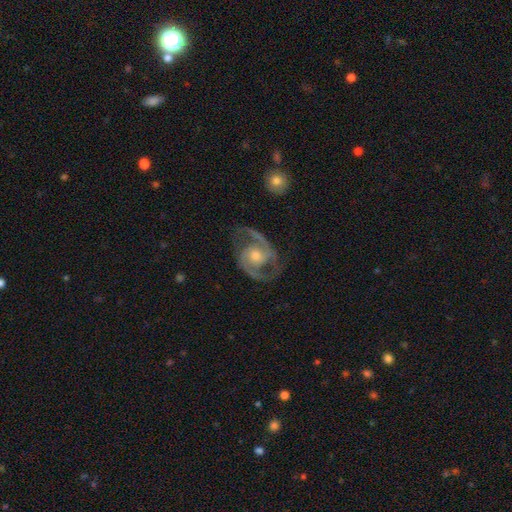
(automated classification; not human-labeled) This appears to be a featured or disk galaxy (92%) with no bar (61%), 2 (91%) medium (60%) spiral arms (98%) and a moderate central bulge (61%). Merging: none (75%).